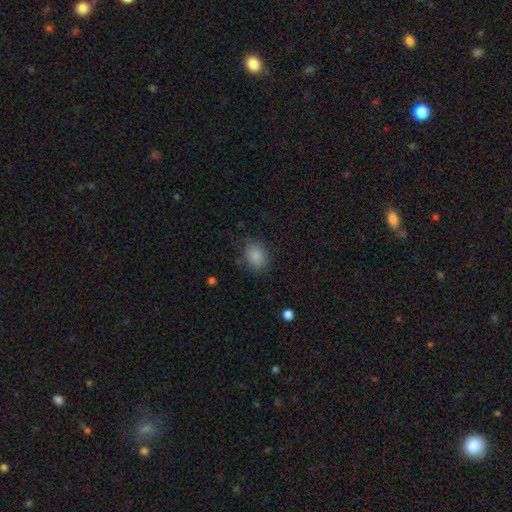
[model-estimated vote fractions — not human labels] A smooth galaxy with no disk features (86%) that is in between round and cigar-shaped (57%).

Vote fractions:
- Smooth or featured? smooth: 86% / star or artifact: 9% / featured or disk: 6%
- How rounded? in between: 57% / round: 42% / cigar-shaped: 1%
- Merging? none: 79% / minor disturbance: 15% / major disturbance: 4% / merger: 2%